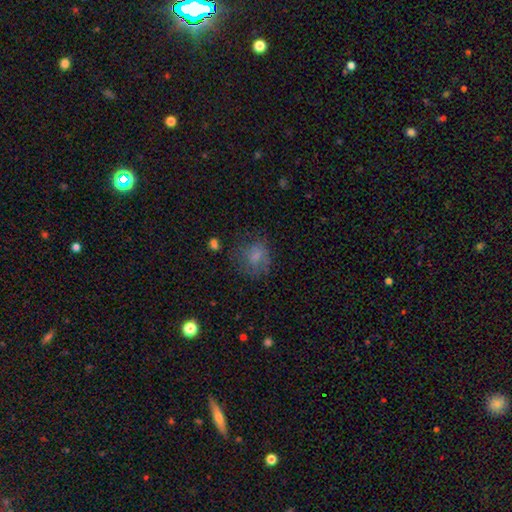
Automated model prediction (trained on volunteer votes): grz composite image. It shows a smooth galaxy with no disk features (68%) that is round (66%). Merging: none (57%).